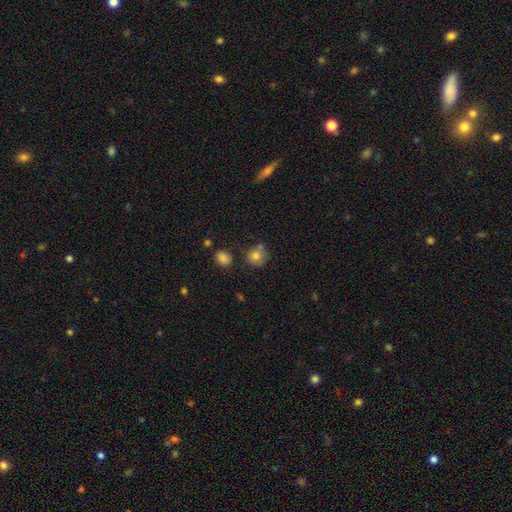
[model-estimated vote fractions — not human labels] The model was most divided on "merging": none: 63%, minor disturbance: 18%, merger: 14%, major disturbance: 5%. More confident: how rounded — round (84%); smooth or featured — smooth (80%).